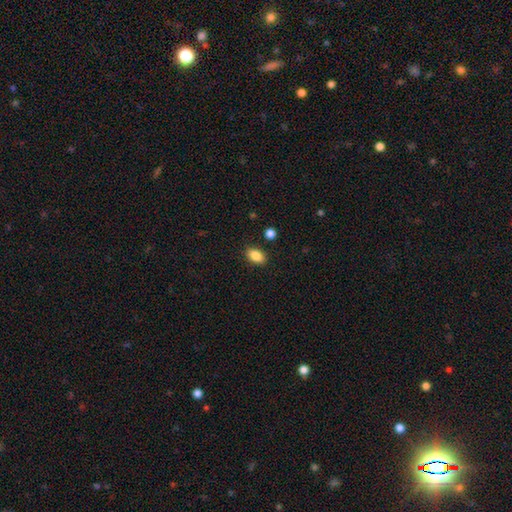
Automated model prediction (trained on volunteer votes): smooth 85%, star or artifact 9%, featured or disk 6%. Down the decision tree: how rounded — in between (86%); merging — none (87%).